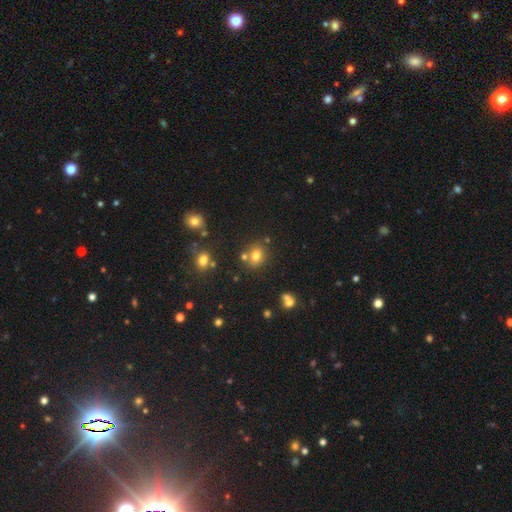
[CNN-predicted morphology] This appears to be a smooth galaxy with no disk features (75%) that is round (58%). Merging: none (66%).